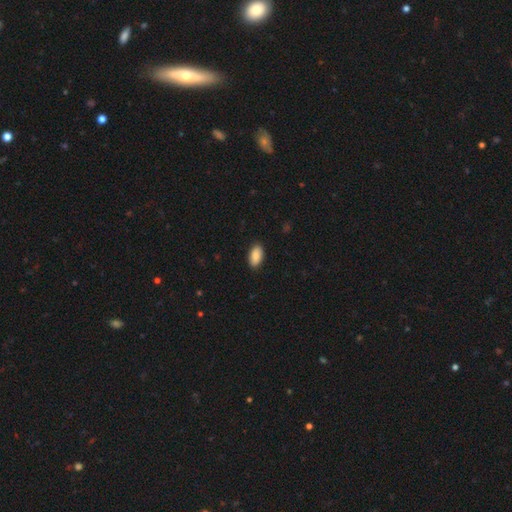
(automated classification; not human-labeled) Smooth or featured?
  - smooth: 88% *
  - star or artifact: 6%
  - featured or disk: 6%
How rounded?
  - in between: 94% *
  - cigar-shaped: 3%
  - round: 3%
Merging?
  - none: 90% *
  - minor disturbance: 8%
  - major disturbance: 2%
  - merger: 1%